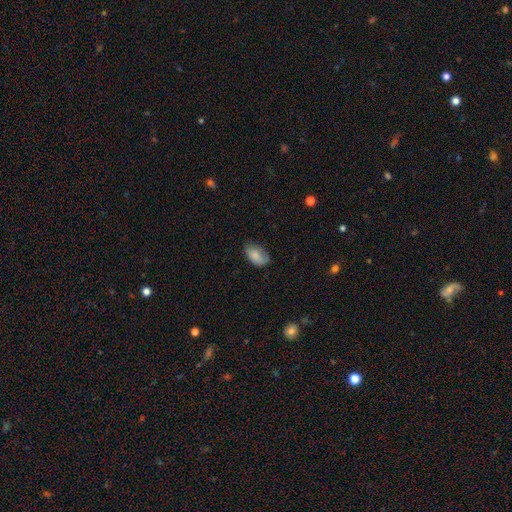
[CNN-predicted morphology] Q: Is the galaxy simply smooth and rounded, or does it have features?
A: smooth — 82%.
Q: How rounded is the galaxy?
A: in between — 92%.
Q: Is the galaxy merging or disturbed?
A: none — 65%.